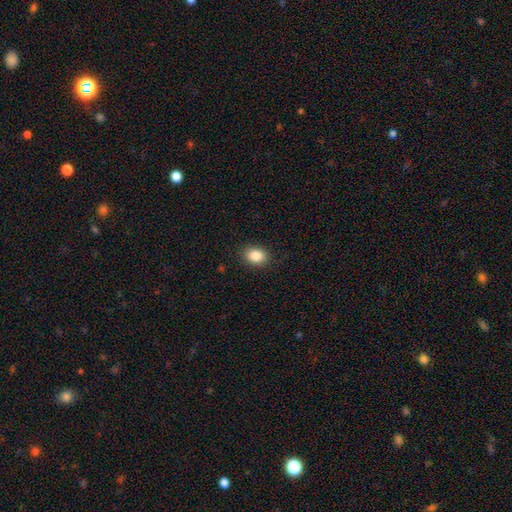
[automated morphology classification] The model was most divided on "how rounded": in between: 67%, round: 32%, cigar-shaped: 1%. More confident: merging — none (88%); smooth or featured — smooth (87%).